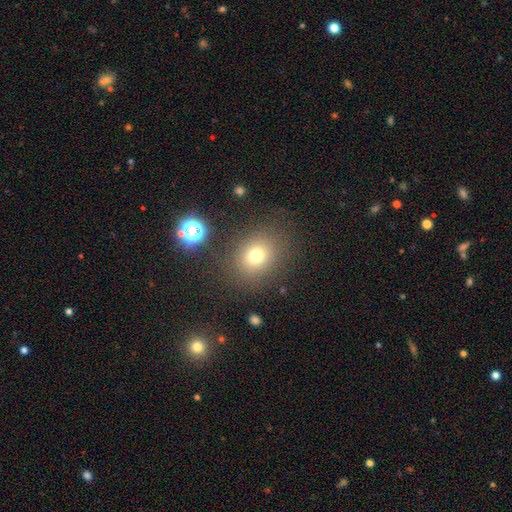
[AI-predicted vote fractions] Q: Smooth or featured?
A: smooth (73%); runner-up: star or artifact (17%)
Q: How rounded?
A: round (66%); runner-up: in between (33%)
Q: Merging?
A: none (83%); runner-up: minor disturbance (9%)